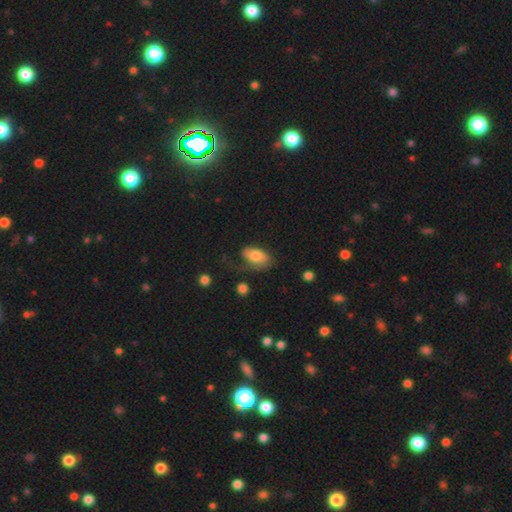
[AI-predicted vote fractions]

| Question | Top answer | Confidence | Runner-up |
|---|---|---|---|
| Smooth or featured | smooth | 69% | featured or disk (24%) |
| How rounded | in between | 92% | round (6%) |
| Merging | none | 40% | major disturbance (29%) |